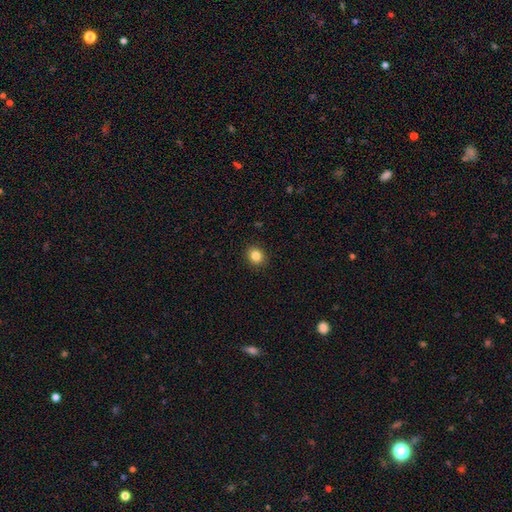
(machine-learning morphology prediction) This appears to be a smooth galaxy with no disk features (85%) that is round (74%). Merging: none (91%).